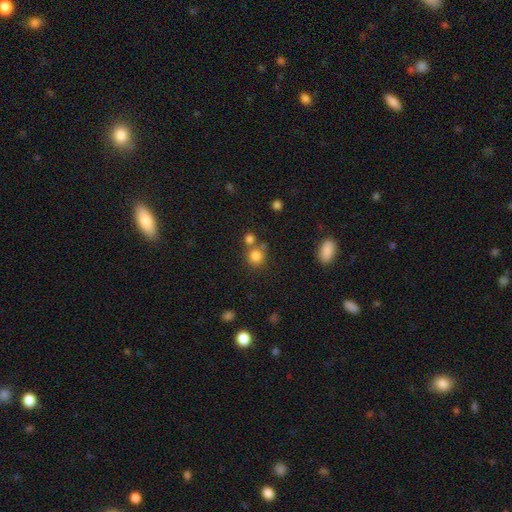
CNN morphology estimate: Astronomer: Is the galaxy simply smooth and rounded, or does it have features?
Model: smooth — 80%.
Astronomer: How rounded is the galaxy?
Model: round — 87%.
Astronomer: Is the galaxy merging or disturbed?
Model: none — 62%.